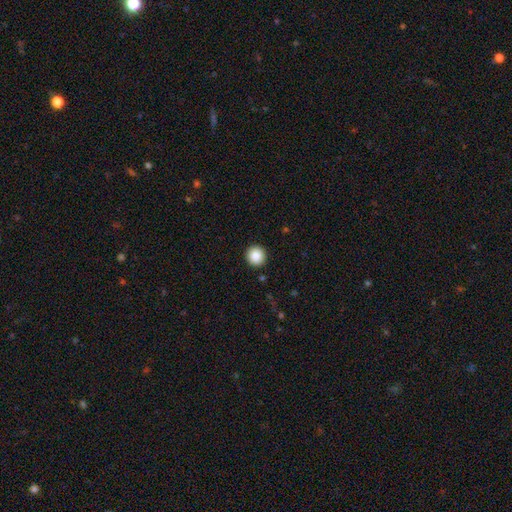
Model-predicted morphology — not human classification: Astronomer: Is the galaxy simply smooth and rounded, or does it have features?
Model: smooth — 87%.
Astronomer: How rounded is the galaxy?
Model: round — 94%.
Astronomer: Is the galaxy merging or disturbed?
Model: none — 93%.